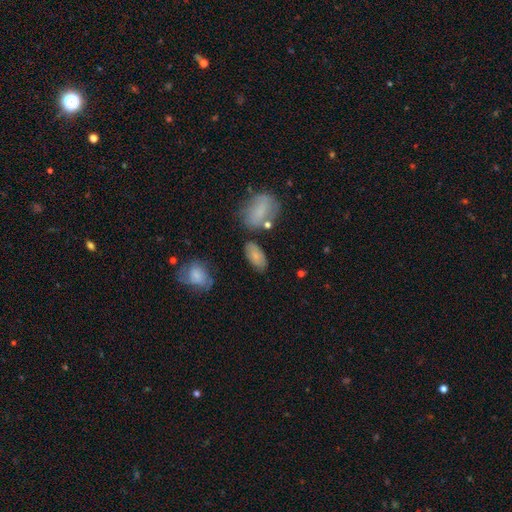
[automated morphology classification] A smooth galaxy with no disk features (77%) that is in between round and cigar-shaped (92%).

Vote fractions:
- Smooth or featured? smooth: 77% / featured or disk: 15% / star or artifact: 8%
- How rounded? in between: 92% / round: 4% / cigar-shaped: 3%
- Merging? none: 72% / minor disturbance: 17% / merger: 7% / major disturbance: 5%